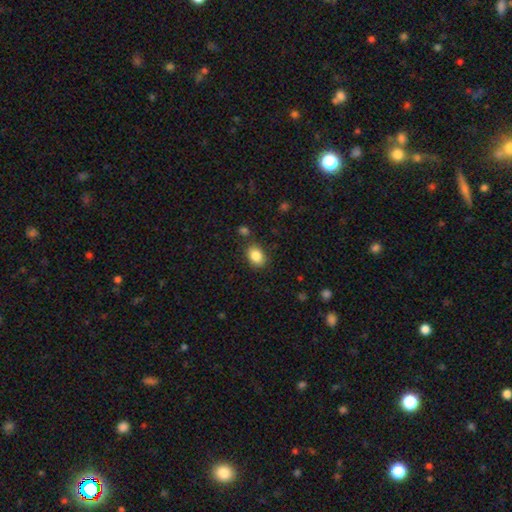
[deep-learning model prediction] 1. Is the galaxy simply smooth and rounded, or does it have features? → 86% smooth, 9% star or artifact, 6% featured or disk.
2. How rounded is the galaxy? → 72% in between, 27% round, 1% cigar-shaped.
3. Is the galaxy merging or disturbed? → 81% none, 12% minor disturbance, 4% merger, 3% major disturbance.